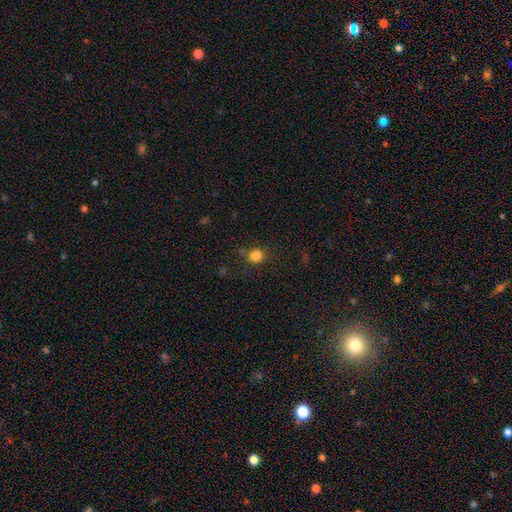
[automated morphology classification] smooth_or_featured: smooth (p=0.83) [alt: star or artifact p=0.13]
how_rounded: round (p=0.71) [alt: in between p=0.28]
merging: none (p=0.76) [alt: minor disturbance p=0.14]